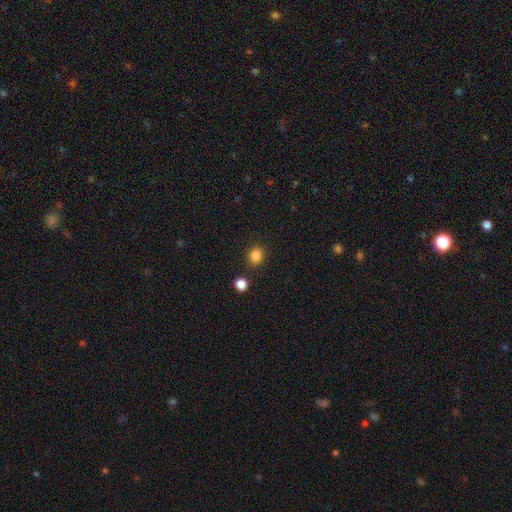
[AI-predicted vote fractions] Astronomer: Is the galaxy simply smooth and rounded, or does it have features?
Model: smooth — 84%.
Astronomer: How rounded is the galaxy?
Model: round — 77%.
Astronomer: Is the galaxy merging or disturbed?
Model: none — 86%.